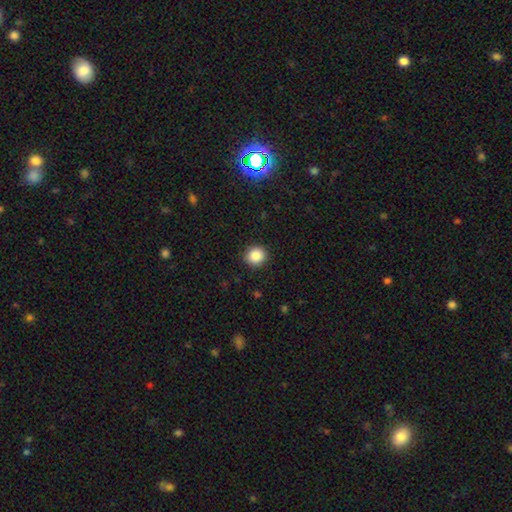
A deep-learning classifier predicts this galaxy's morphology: Smooth or featured? smooth (87%)
How rounded? round (87%)
Merging? none (90%)